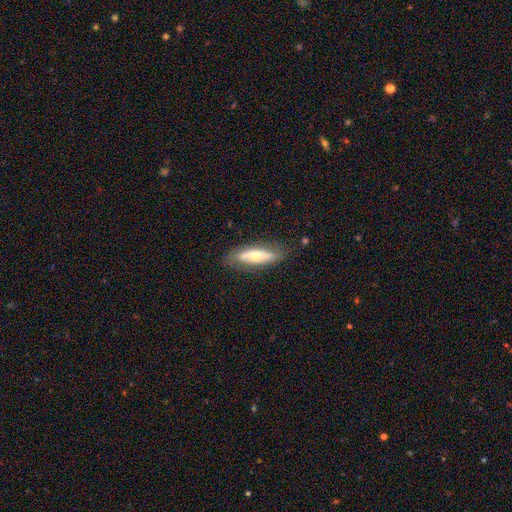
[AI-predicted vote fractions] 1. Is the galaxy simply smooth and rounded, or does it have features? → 47% smooth (tied), 47% featured or disk (tied), 6% star or artifact.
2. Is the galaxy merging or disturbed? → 75% none, 18% minor disturbance, 5% major disturbance, 2% merger.